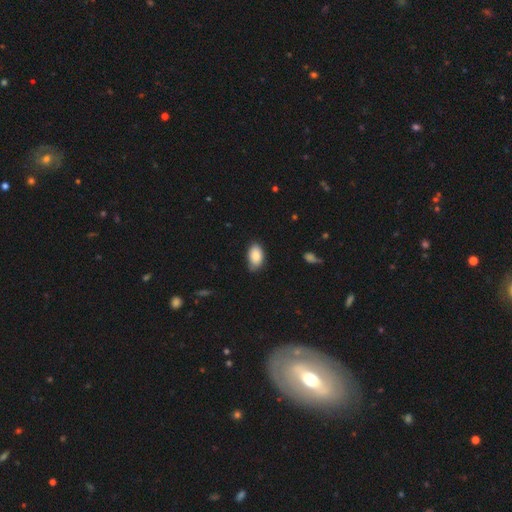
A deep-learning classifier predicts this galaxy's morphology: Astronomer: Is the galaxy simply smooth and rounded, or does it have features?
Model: smooth — 86%.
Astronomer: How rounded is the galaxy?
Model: in between — 94%.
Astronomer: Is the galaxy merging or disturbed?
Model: none — 73%.